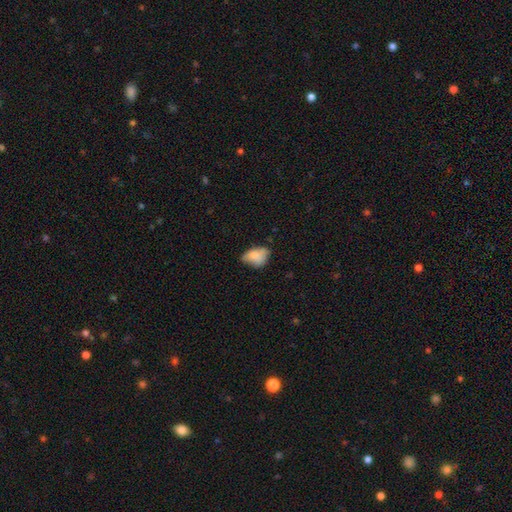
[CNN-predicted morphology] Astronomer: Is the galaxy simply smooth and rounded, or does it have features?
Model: smooth — 76%.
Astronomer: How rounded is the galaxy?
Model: in between — 83%.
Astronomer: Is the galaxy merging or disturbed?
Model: minor disturbance — 42% (runner-up: none, 41%).